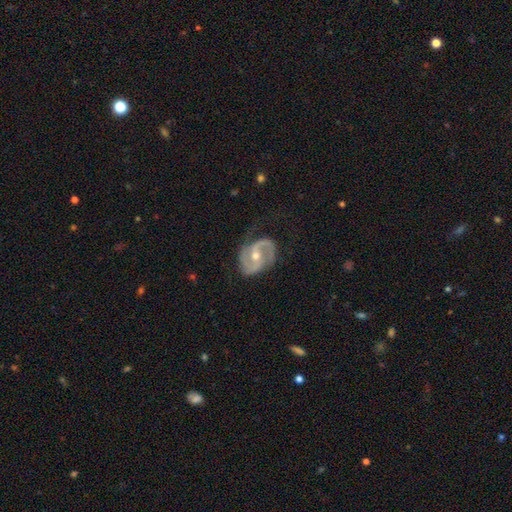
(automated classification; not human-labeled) Smooth or featured?
  - featured or disk: 89% *
  - smooth: 6%
  - star or artifact: 5%
Edge-on disk?
  - no: 97% *
  - yes: 3%
Bar?
  - weak: 39% *
  - no: 37%
  - strong: 24%
Spiral arms?
  - yes: 96% *
  - no: 4%
Spiral winding?
  - medium: 51% *
  - loose: 25%
  - tight: 24%
Spiral arm count?
  - 2: 90% *
  - can't tell: 3%
  - 1: 2%
  - 3: 2%
  - 4: 1%
  - more than 4: 1%
Bulge size?
  - moderate: 59% *
  - small: 38%
  - large: 1%
  - none: 1%
  - dominant: 1%
Merging?
  - none: 71% *
  - minor disturbance: 20%
  - major disturbance: 8%
  - merger: 1%